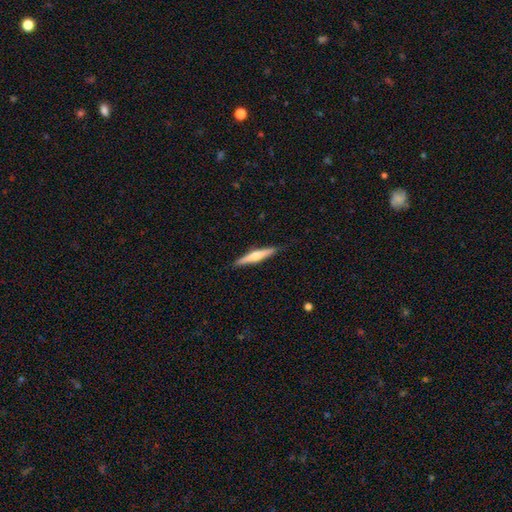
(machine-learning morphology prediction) Smooth or featured?
  - featured or disk: 56% *
  - smooth: 39%
  - star or artifact: 5%
Edge-on disk?
  - yes: 97% *
  - no: 3%
Edge-on bulge?
  - rounded: 84% *
  - none: 9%
  - boxy: 7%
Merging?
  - none: 88% *
  - minor disturbance: 9%
  - major disturbance: 2%
  - merger: 1%